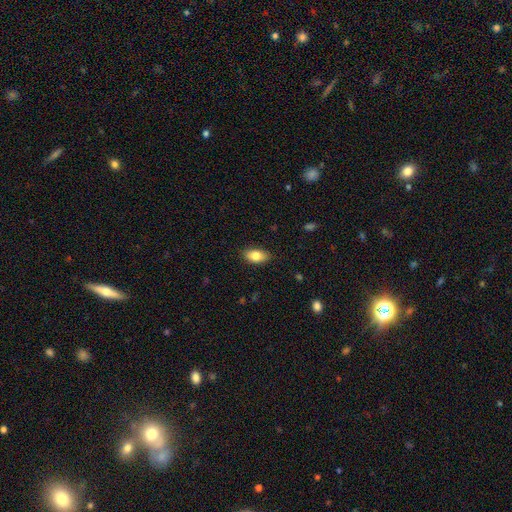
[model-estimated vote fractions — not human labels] smooth_or_featured: smooth (p=0.81) [alt: featured or disk p=0.11]
how_rounded: in between (p=0.91) [alt: round p=0.05]
merging: none (p=0.87) [alt: minor disturbance p=0.10]